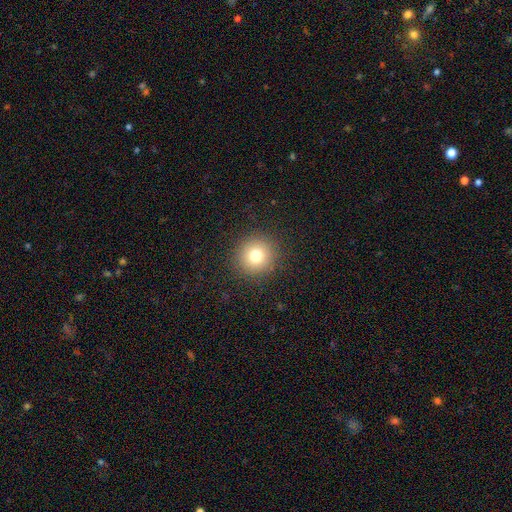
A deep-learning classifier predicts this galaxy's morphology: smooth-or-featured: smooth: 76% | star or artifact: 14% | featured or disk: 10%
  how-rounded: round: 94% | in between: 5% | cigar-shaped: 1%
  merging: none: 91% | minor disturbance: 6% | major disturbance: 3% | merger: 1%